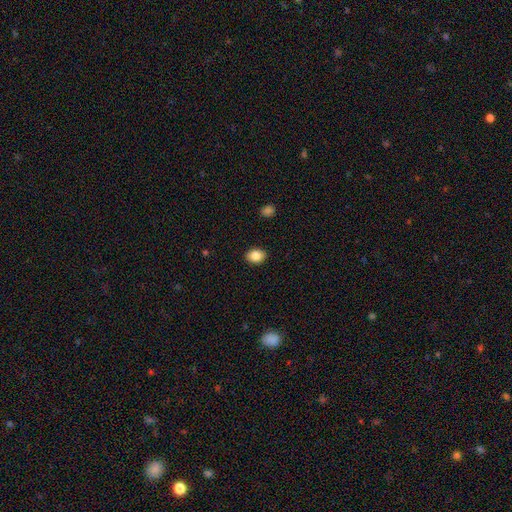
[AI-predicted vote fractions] smooth 86%, star or artifact 8%, featured or disk 6%. Down the decision tree: how rounded — in between (67%); merging — none (90%).